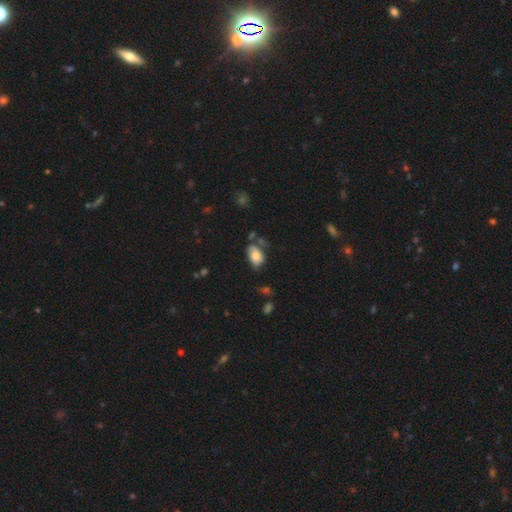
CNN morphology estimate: This appears to be a smooth galaxy with no disk features (78%) that is in between round and cigar-shaped (90%). Merging: none (46%).